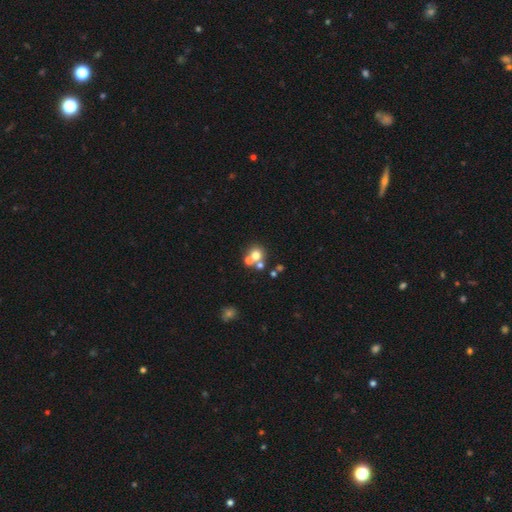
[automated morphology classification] smooth_or_featured: smooth (p=0.67) [alt: featured or disk p=0.17]
how_rounded: round (p=0.86) [alt: in between p=0.13]
merging: none (p=0.49) [alt: merger p=0.39]